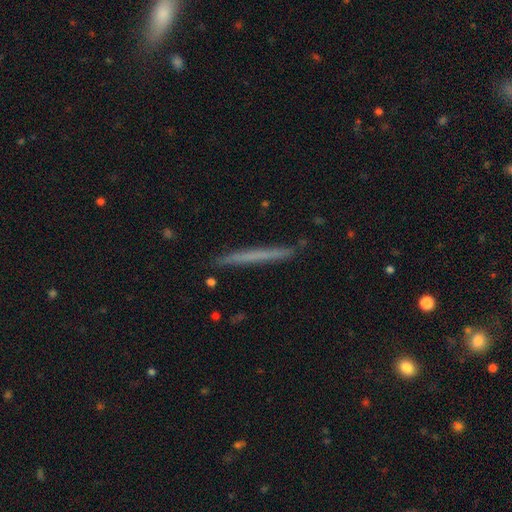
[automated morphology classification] Q: Smooth or featured?
A: smooth (50%); runner-up: featured or disk (42%)
Q: How rounded?
A: cigar-shaped (97%); runner-up: in between (2%)
Q: Merging?
A: none (90%); runner-up: minor disturbance (8%)